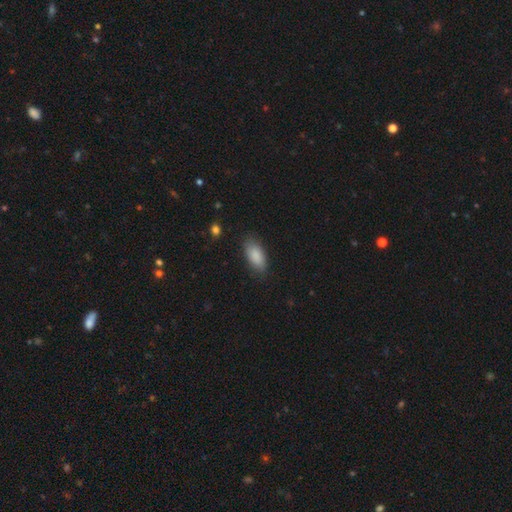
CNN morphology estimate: smooth 88%, star or artifact 6%, featured or disk 5%. Down the decision tree: how rounded — in between (89%); merging — none (81%).